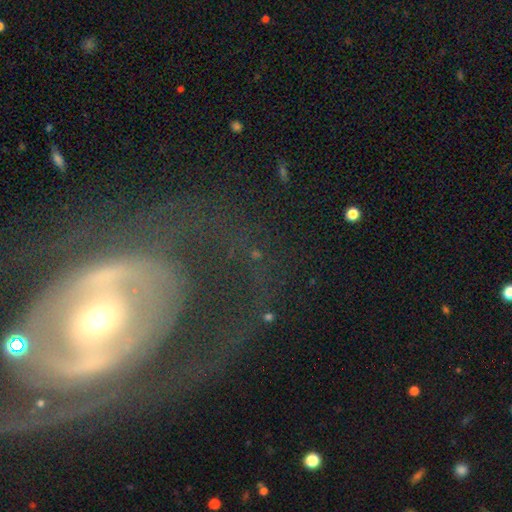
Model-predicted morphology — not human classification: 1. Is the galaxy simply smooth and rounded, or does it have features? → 70% featured or disk, 17% smooth, 13% star or artifact.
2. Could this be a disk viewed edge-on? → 93% no, 7% yes.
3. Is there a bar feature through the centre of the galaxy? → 50% no, 29% weak, 22% strong.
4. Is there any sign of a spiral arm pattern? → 66% yes, 34% no.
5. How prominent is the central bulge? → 45% moderate, 44% small, 5% large, 4% none, 2% dominant.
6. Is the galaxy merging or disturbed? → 44% none, 35% major disturbance, 15% minor disturbance, 6% merger.